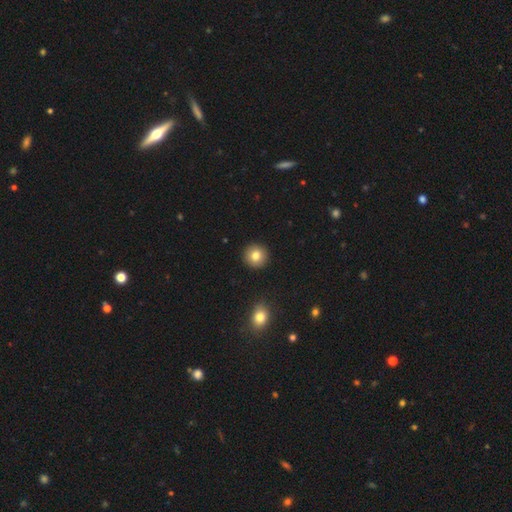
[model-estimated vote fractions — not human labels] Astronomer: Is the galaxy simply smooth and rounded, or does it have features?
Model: smooth — 81%.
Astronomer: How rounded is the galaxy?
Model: round — 94%.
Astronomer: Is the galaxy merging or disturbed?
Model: none — 92%.